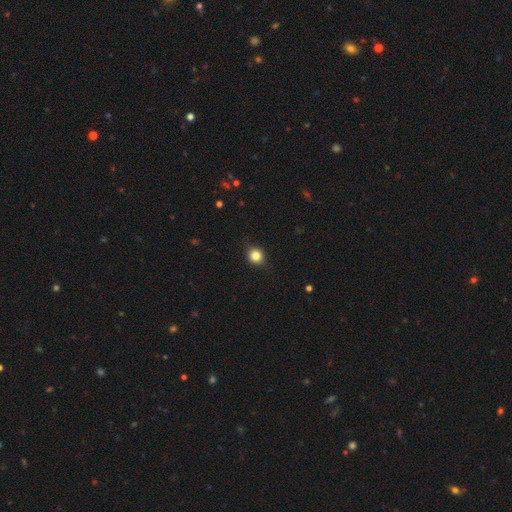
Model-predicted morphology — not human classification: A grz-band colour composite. It shows a smooth galaxy with no disk features (83%) that is round (85%). Merging: none (87%).